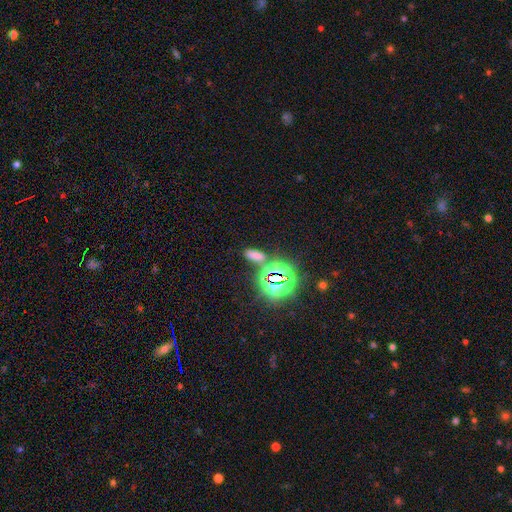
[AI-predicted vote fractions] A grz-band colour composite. It shows a smooth galaxy with no disk features (55%) that is in between round and cigar-shaped (74%). Merging: none (71%).